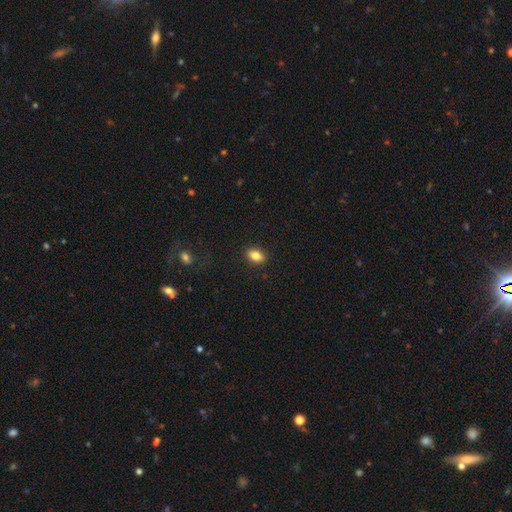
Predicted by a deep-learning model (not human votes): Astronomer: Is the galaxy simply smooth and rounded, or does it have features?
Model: smooth — 84%.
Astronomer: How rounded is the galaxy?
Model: in between — 84%.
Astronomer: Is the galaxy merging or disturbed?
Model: none — 89%.